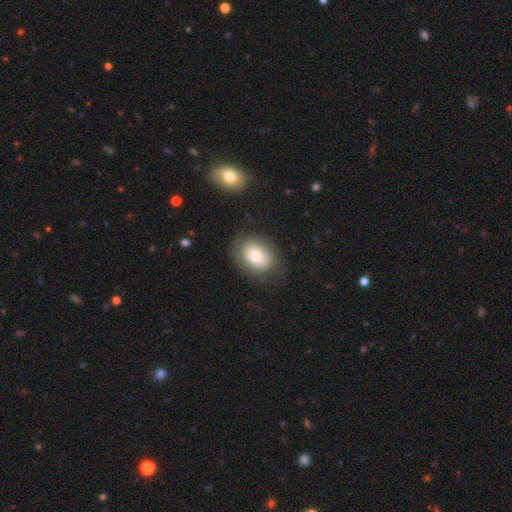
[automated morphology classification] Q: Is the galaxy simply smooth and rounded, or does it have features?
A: smooth — 71%.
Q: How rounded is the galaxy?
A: in between — 65%.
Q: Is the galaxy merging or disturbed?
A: none — 73%.